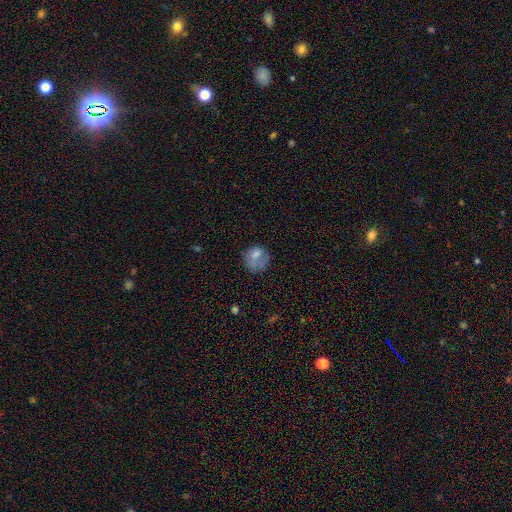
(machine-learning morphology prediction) This appears to be a smooth galaxy with no disk features (70%) that is round (71%). Merging: none (49%).